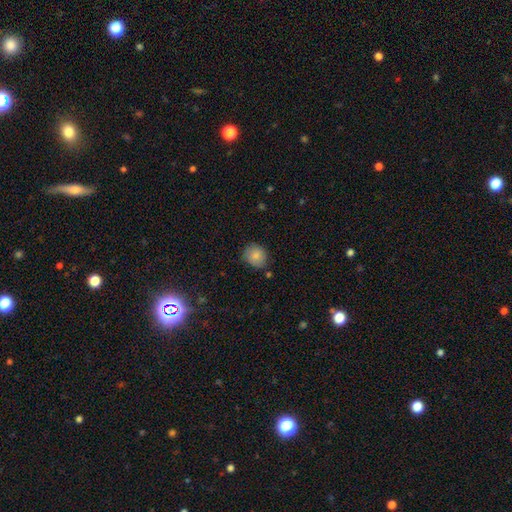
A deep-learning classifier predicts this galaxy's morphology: This is clearly a smooth galaxy (85%). How rounded: likely round (78%). Merging: likely none (79%).